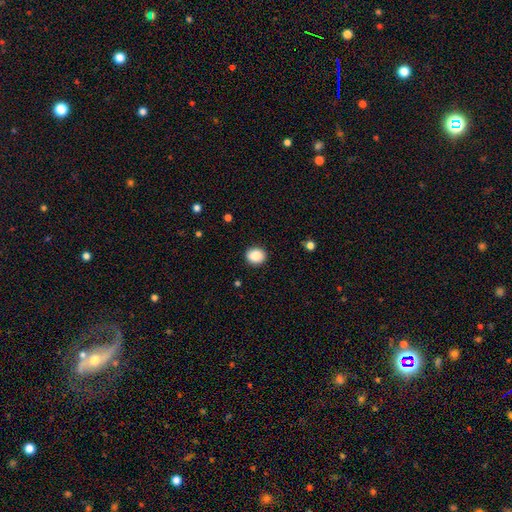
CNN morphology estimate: A smooth galaxy with no disk features (87%) that is round (73%).

Vote fractions:
- Smooth or featured? smooth: 87% / star or artifact: 9% / featured or disk: 4%
- How rounded? round: 73% / in between: 26% / cigar-shaped: 1%
- Merging? none: 91% / minor disturbance: 7% / major disturbance: 2% / merger: 1%